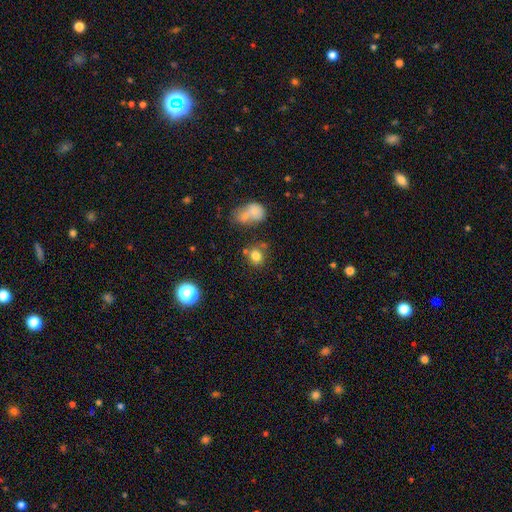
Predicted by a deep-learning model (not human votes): Smooth or featured? Predicted: smooth (p=0.78). How rounded? Predicted: round (p=0.77). Merging? Predicted: none (p=0.66).